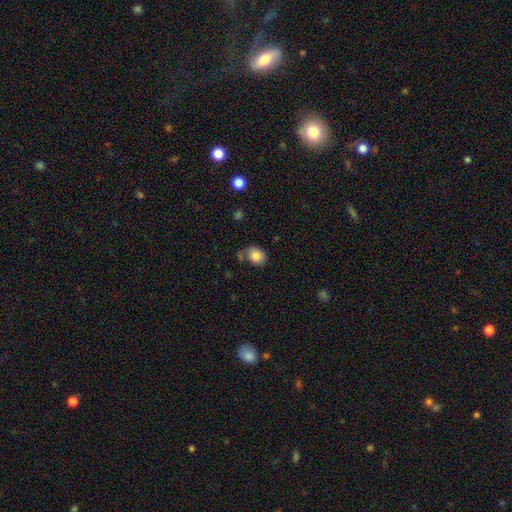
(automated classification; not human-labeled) Smooth or featured? Predicted: smooth (p=0.84). How rounded? Predicted: in between (p=0.56). Merging? Predicted: none (p=0.59).